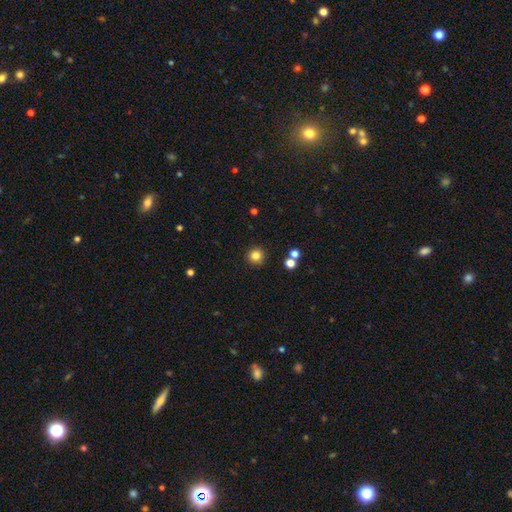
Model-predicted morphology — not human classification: Q: Smooth or featured?
A: smooth (82%); runner-up: star or artifact (12%)
Q: How rounded?
A: round (94%); runner-up: in between (5%)
Q: Merging?
A: none (90%); runner-up: minor disturbance (6%)